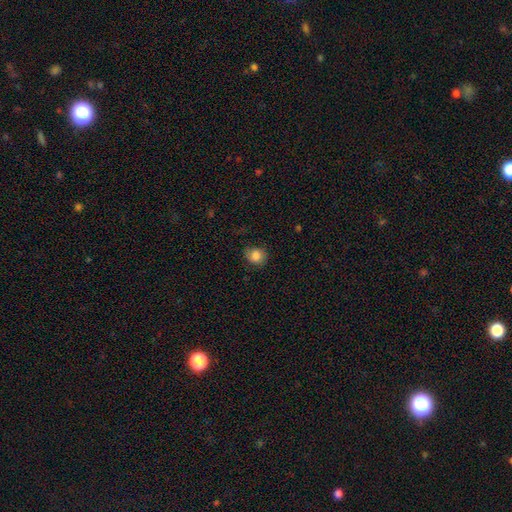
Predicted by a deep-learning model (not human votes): Q: Smooth or featured?
A: smooth (84%); runner-up: star or artifact (9%)
Q: How rounded?
A: round (74%); runner-up: in between (25%)
Q: Merging?
A: none (73%); runner-up: minor disturbance (20%)